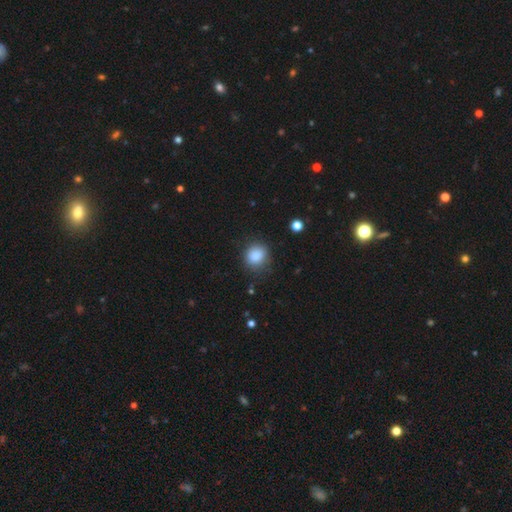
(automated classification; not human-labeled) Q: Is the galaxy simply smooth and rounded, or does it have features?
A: smooth — 86%.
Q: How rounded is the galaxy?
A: round — 81%.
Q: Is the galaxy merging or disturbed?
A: none — 79%.